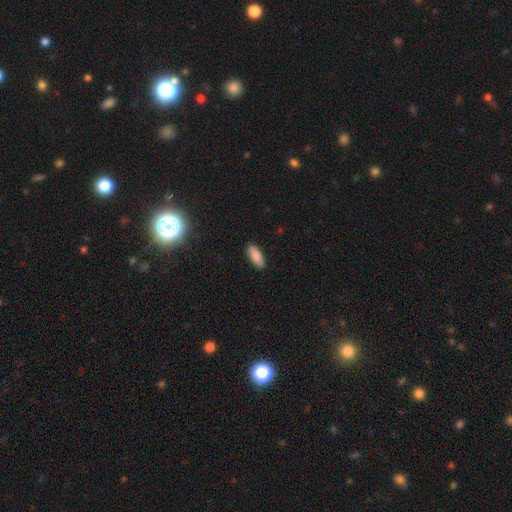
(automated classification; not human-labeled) Smooth or featured: smooth — 88% (star or artifact — 7%)
How rounded: in between — 81% (cigar-shaped — 18%)
Merging: none — 89% (minor disturbance — 8%)